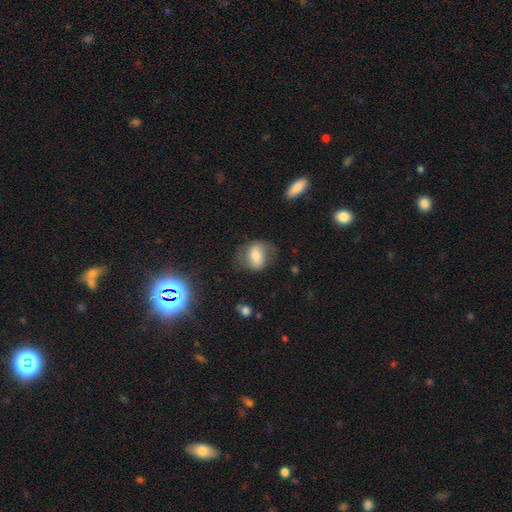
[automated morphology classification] The model was most divided on "how rounded": in between: 55%, round: 44%, cigar-shaped: 2%. More confident: merging — none (63%); smooth or featured — smooth (63%).